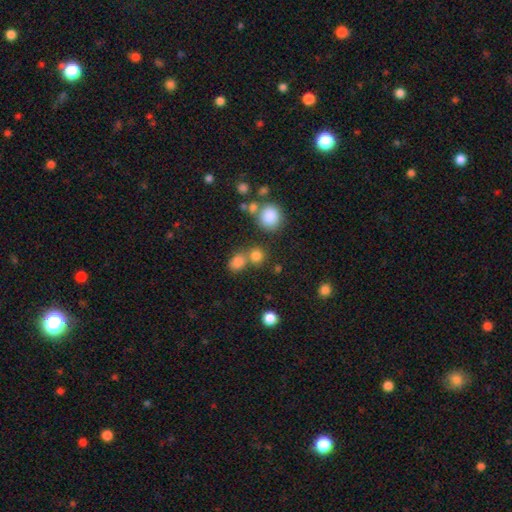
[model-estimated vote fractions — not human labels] Smooth or featured: smooth — 79% (star or artifact — 15%)
How rounded: round — 78% (in between — 21%)
Merging: none — 56% (merger — 32%)